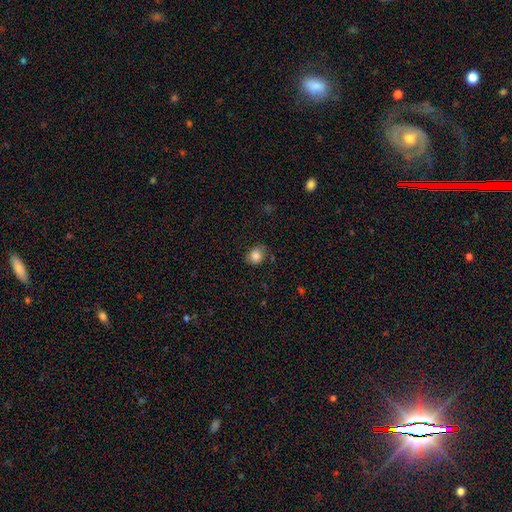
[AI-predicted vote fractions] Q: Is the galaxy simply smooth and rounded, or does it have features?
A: smooth — 81%.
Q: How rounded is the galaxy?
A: round — 53%.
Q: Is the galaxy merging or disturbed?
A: none — 75%.